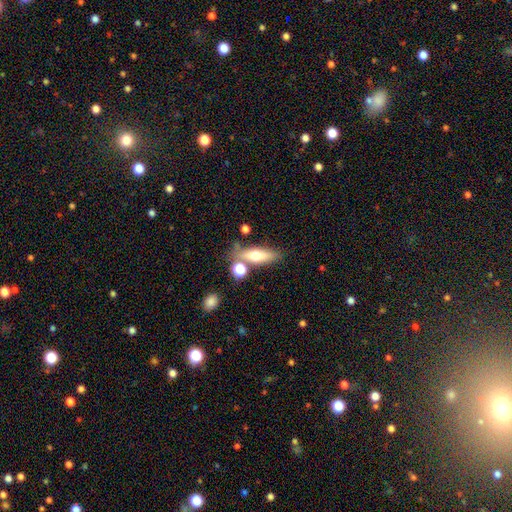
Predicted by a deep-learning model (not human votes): Morphology: type=smooth (60%); roundness=in between (49%); merging=none (64%).